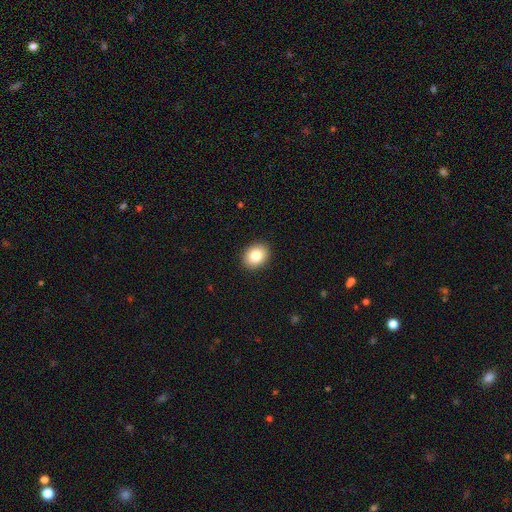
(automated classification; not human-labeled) Smooth or featured?
  - smooth: 83% *
  - star or artifact: 9%
  - featured or disk: 8%
How rounded?
  - in between: 54% *
  - round: 45%
  - cigar-shaped: 1%
Merging?
  - none: 91% *
  - minor disturbance: 6%
  - major disturbance: 2%
  - merger: 1%